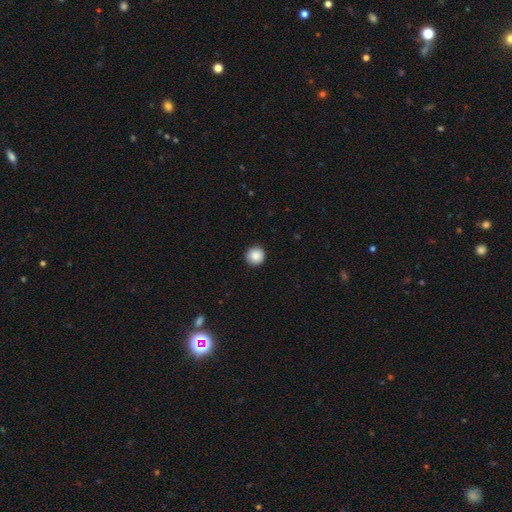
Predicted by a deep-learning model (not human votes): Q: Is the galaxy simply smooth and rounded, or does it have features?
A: smooth — 88%.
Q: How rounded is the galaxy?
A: round — 95%.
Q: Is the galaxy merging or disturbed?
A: none — 92%.